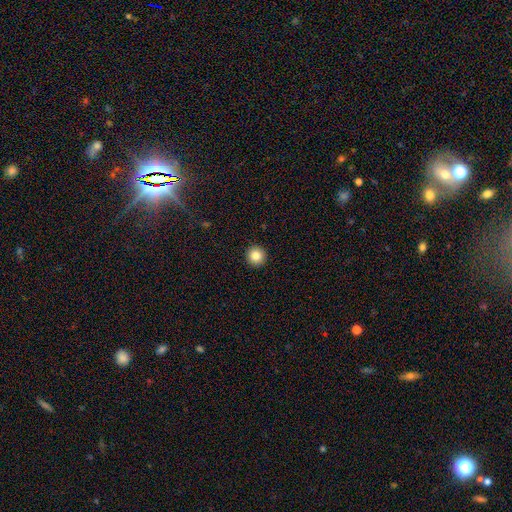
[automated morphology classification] Smooth or featured: smooth — 83% (star or artifact — 10%)
How rounded: round — 96% (in between — 3%)
Merging: none — 94% (minor disturbance — 4%)